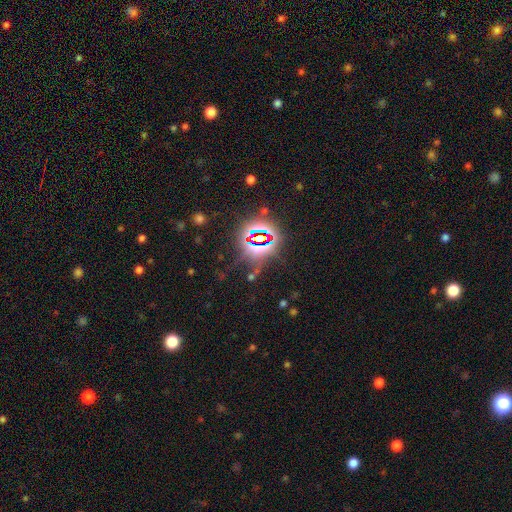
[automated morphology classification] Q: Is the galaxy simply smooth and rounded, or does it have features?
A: star or artifact — 84%.